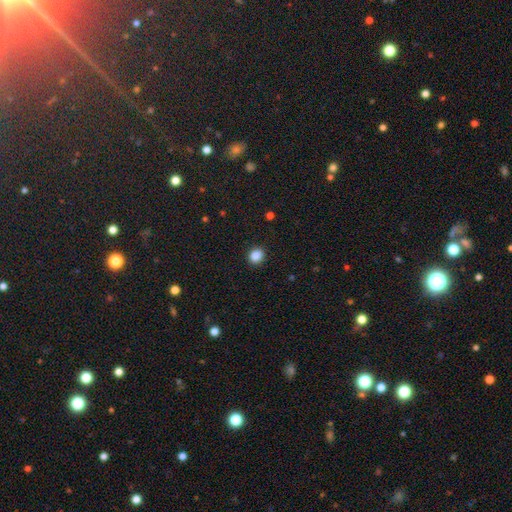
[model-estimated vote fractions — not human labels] This is clearly a smooth galaxy (87%). How rounded: likely round (73%). Merging: clearly none (90%).